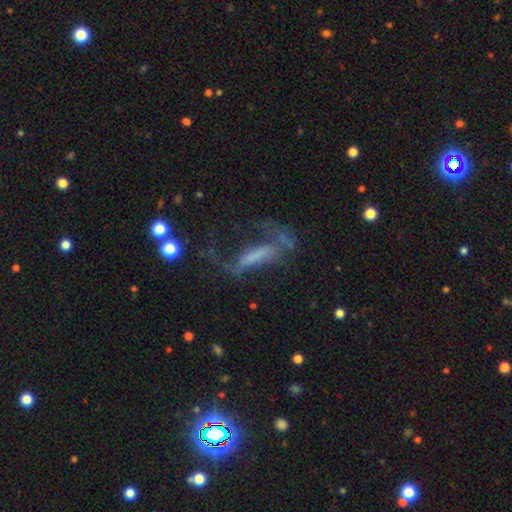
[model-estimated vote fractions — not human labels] Smooth or featured? featured or disk (57%)
Edge-on disk? no (78%)
Merging? major disturbance (45%)